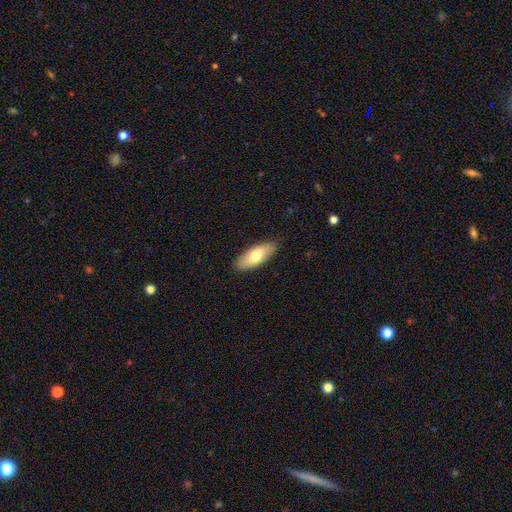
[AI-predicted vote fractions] A smooth galaxy with no disk features (72%) that is in between round and cigar-shaped (75%).

Vote fractions:
- Smooth or featured? smooth: 72% / featured or disk: 23% / star or artifact: 6%
- How rounded? in between: 75% / cigar-shaped: 23% / round: 2%
- Merging? none: 88% / minor disturbance: 10% / major disturbance: 2% / merger: 1%